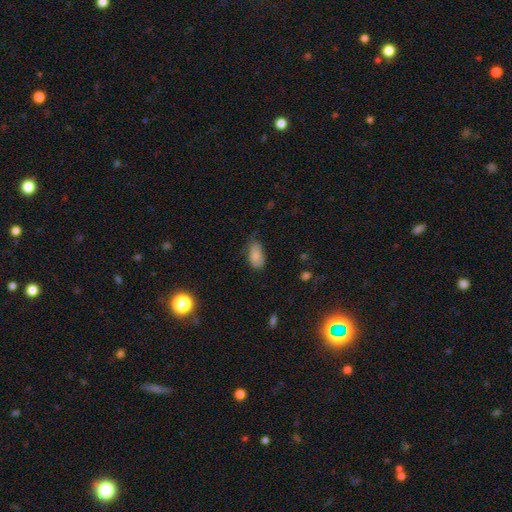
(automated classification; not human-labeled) The model was most divided on "merging": none: 57%, minor disturbance: 33%, major disturbance: 8%, merger: 2%. More confident: how rounded — in between (93%); smooth or featured — smooth (82%).